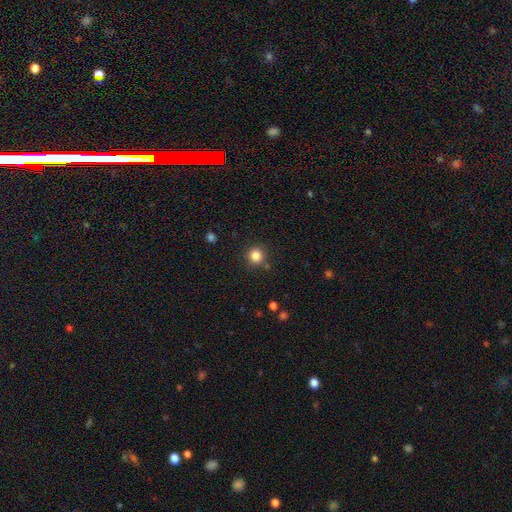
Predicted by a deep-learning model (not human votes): Overall: smooth (84%). How rounded: round (93%). Merging: none (86%).